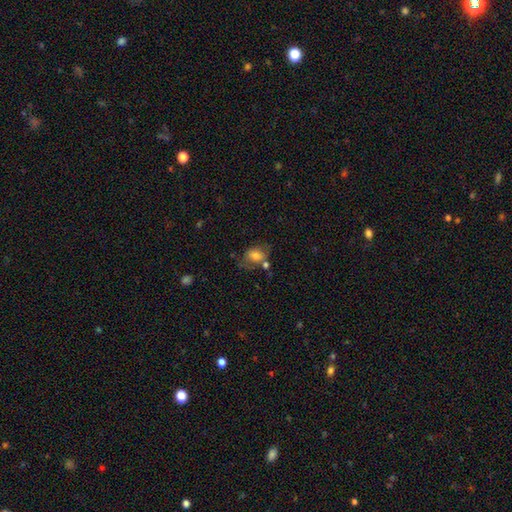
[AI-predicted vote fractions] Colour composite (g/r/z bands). It shows a smooth galaxy with no disk features (68%) that is in between round and cigar-shaped (68%). Merging: none (46%).